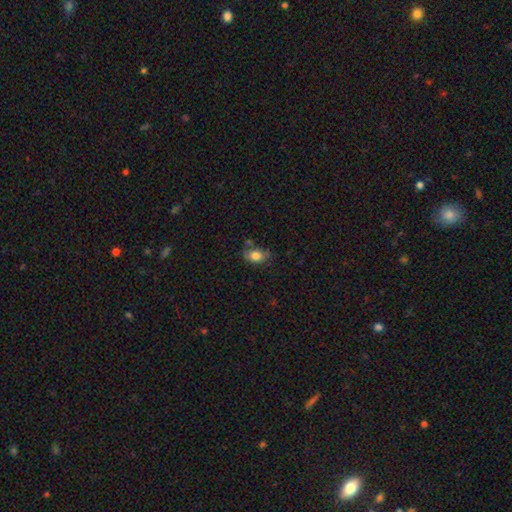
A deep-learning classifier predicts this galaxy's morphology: smooth_or_featured: smooth (p=0.79) [alt: featured or disk p=0.12]
how_rounded: in between (p=0.82) [alt: round p=0.16]
merging: none (p=0.60) [alt: minor disturbance p=0.25]